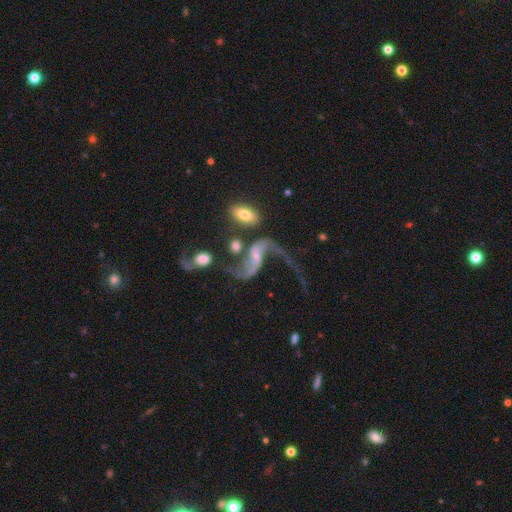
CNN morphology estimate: Smooth or featured?
  - featured or disk: 83% *
  - star or artifact: 9%
  - smooth: 8%
Edge-on disk?
  - no: 95% *
  - yes: 5%
Bar?
  - no: 44% *
  - weak: 35%
  - strong: 21%
Spiral arms?
  - yes: 92% *
  - no: 8%
Spiral winding?
  - loose: 89% *
  - medium: 9%
  - tight: 2%
Spiral arm count?
  - 2: 87% *
  - 1: 8%
  - can't tell: 2%
  - 3: 1%
  - 4: 1%
  - more than 4: 1%
Bulge size?
  - small: 59% *
  - moderate: 20%
  - none: 16%
  - large: 3%
  - dominant: 2%
Merging?
  - none: 34% *
  - major disturbance: 29%
  - merger: 22%
  - minor disturbance: 14%